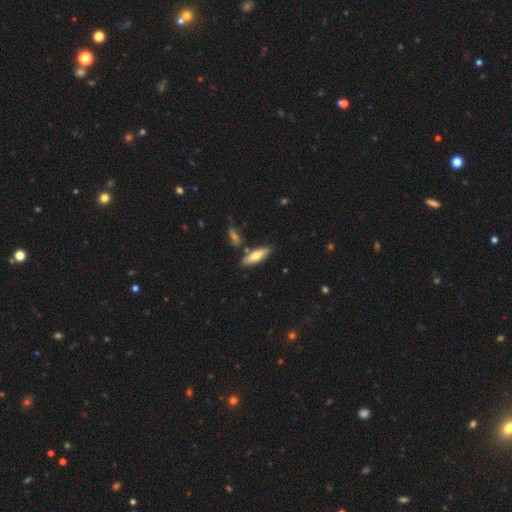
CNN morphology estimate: Smooth or featured: smooth — 70% (featured or disk — 24%)
How rounded: in between — 54% (cigar-shaped — 43%)
Merging: none — 78% (minor disturbance — 13%)